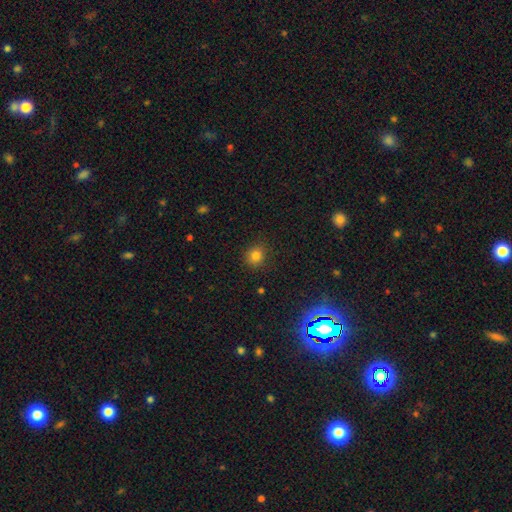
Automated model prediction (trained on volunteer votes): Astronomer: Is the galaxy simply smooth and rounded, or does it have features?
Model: smooth — 79%.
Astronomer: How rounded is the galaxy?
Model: round — 87%.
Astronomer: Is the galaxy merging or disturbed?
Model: none — 89%.